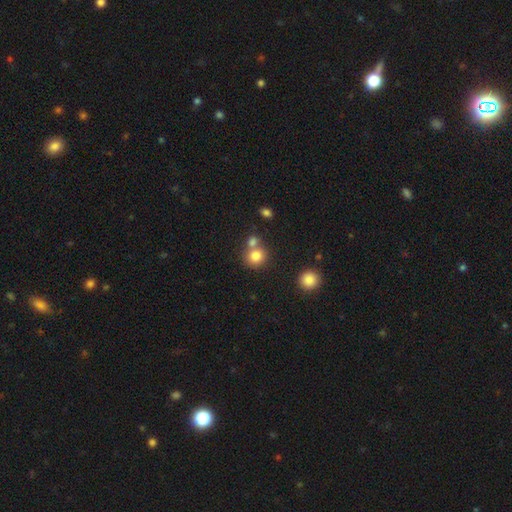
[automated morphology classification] Smooth or featured? smooth (80%)
How rounded? round (80%)
Merging? none (50%)